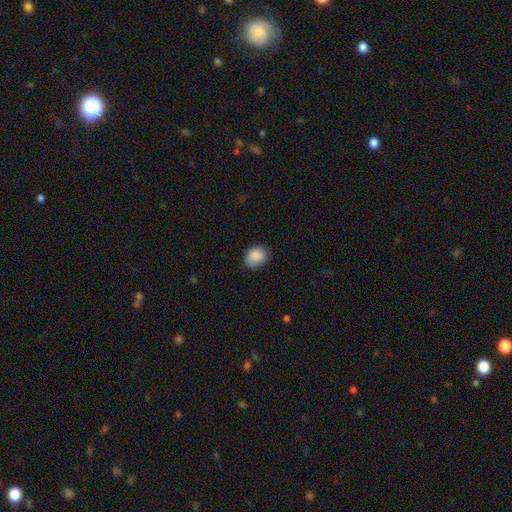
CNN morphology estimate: smooth 87%, star or artifact 7%, featured or disk 6%. Down the decision tree: how rounded — round (62%); merging — none (73%).